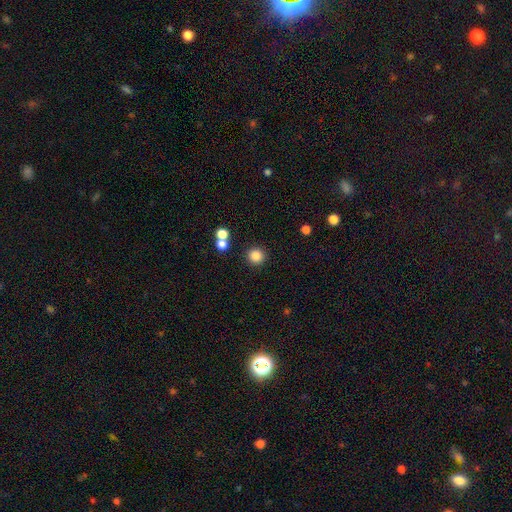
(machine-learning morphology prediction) Smooth or featured? Predicted: smooth (p=0.84). How rounded? Predicted: round (p=0.94). Merging? Predicted: none (p=0.86).